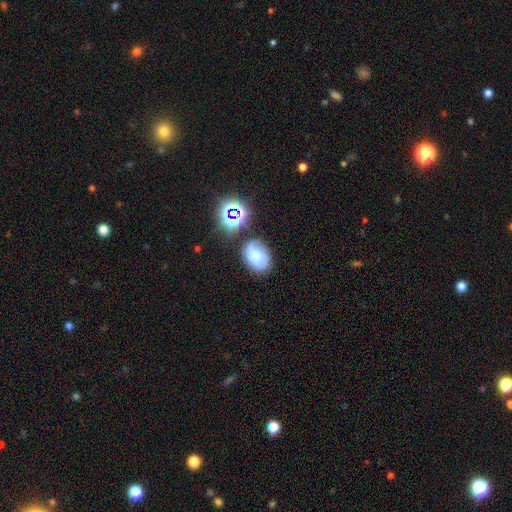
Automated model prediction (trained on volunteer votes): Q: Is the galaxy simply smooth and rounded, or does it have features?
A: smooth — 51%.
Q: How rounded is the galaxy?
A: in between — 71%.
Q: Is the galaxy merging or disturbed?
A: none — 63%.